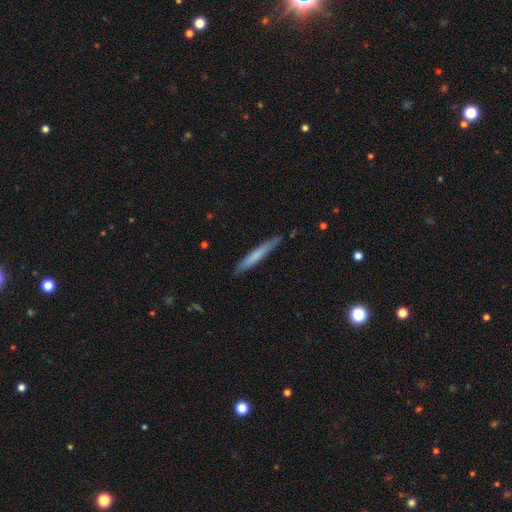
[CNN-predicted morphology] type=smooth (65%); roundness=cigar-shaped (96%); merging=none (84%).